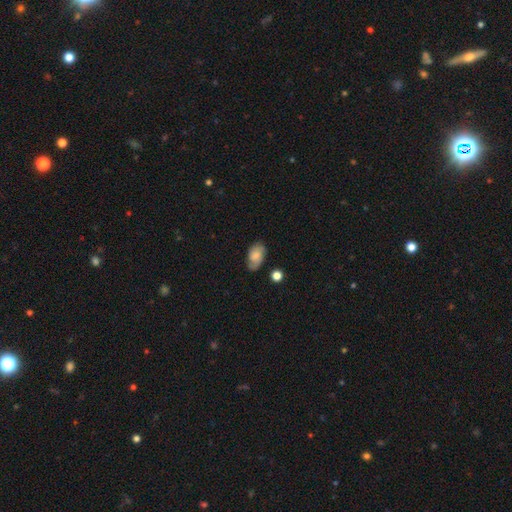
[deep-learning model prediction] Smooth or featured?
  - smooth: 55% *
  - featured or disk: 37%
  - star or artifact: 9%
How rounded?
  - in between: 90% *
  - round: 8%
  - cigar-shaped: 2%
Merging?
  - none: 73% *
  - minor disturbance: 20%
  - major disturbance: 5%
  - merger: 3%